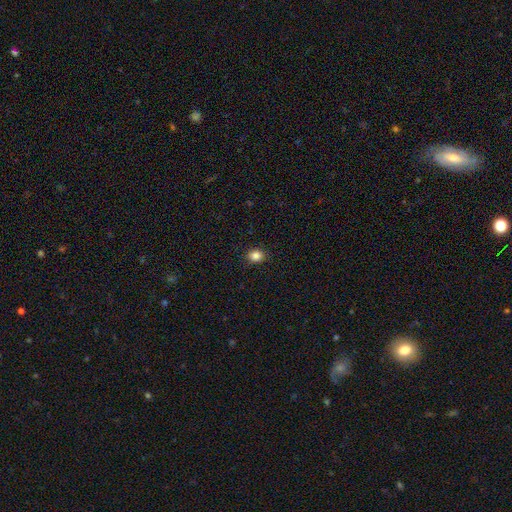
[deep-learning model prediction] Morphology: type=smooth (85%); roundness=round (61%); merging=none (90%).